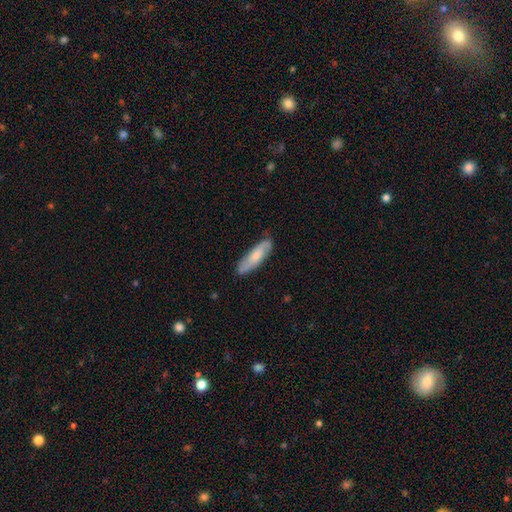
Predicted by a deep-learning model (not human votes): smooth 54%, featured or disk 41%, star or artifact 6%. Down the decision tree: how rounded — cigar-shaped (57%); merging — none (80%).